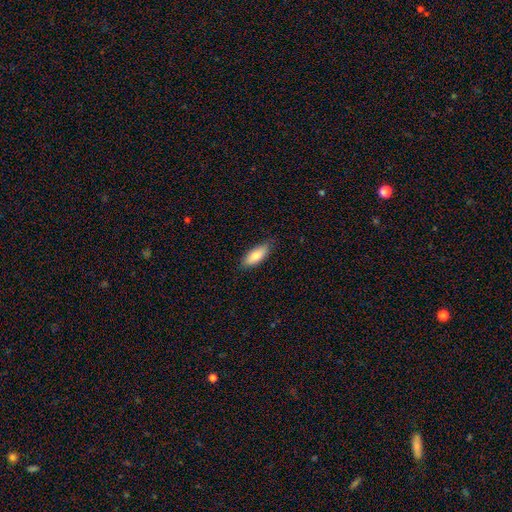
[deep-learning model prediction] smooth-or-featured: smooth: 80% | featured or disk: 13% | star or artifact: 6%
  how-rounded: in between: 73% | cigar-shaped: 25% | round: 2%
  merging: none: 82% | minor disturbance: 15% | major disturbance: 2% | merger: 1%